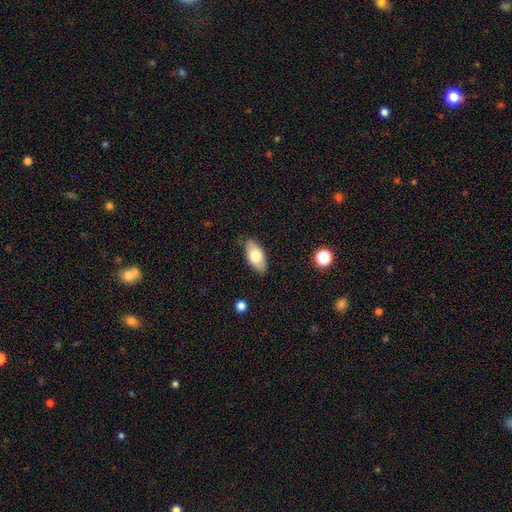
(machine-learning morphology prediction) smooth_or_featured: smooth (p=0.71) [alt: featured or disk p=0.23]
how_rounded: in between (p=0.89) [alt: cigar-shaped p=0.08]
merging: none (p=0.83) [alt: minor disturbance p=0.13]